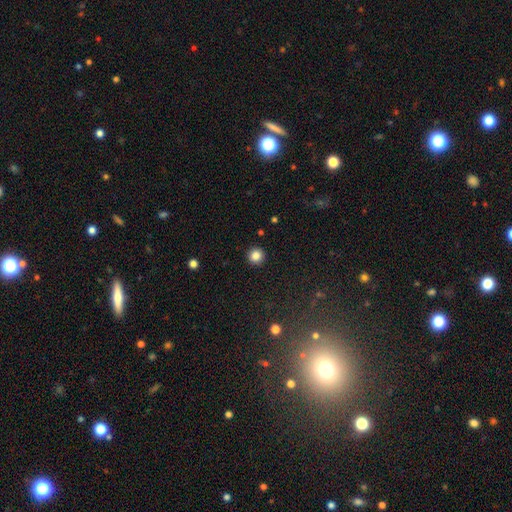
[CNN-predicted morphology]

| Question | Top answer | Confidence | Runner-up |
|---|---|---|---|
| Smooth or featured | smooth | 84% | star or artifact (11%) |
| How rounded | round | 96% | in between (3%) |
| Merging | none | 93% | minor disturbance (4%) |